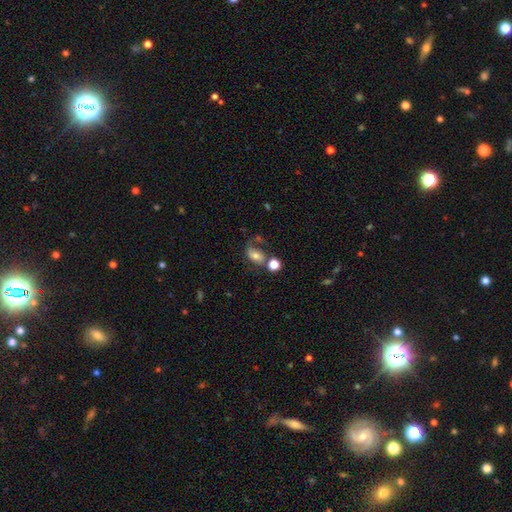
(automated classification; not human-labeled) Q: Smooth or featured?
A: smooth (54%); runner-up: featured or disk (34%)
Q: How rounded?
A: in between (75%); runner-up: round (23%)
Q: Merging?
A: none (40%); runner-up: merger (21%)